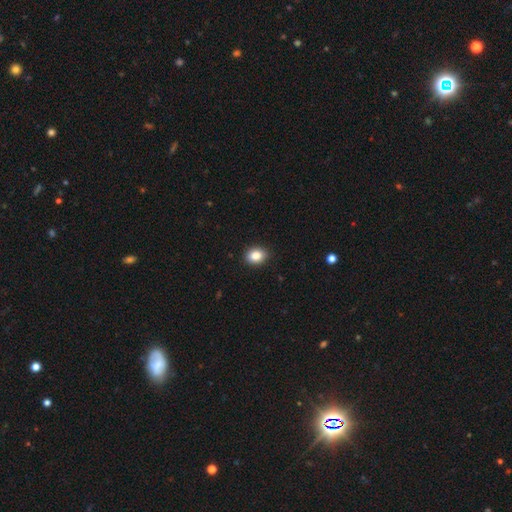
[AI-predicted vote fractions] smooth_or_featured: smooth (p=0.87) [alt: star or artifact p=0.09]
how_rounded: in between (p=0.61) [alt: round p=0.38]
merging: none (p=0.90) [alt: minor disturbance p=0.07]